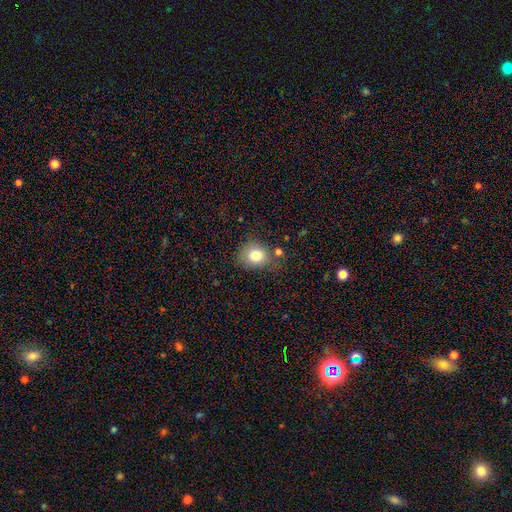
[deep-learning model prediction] A smooth galaxy with no disk features (81%) that is round (66%). Merging: none (64%).